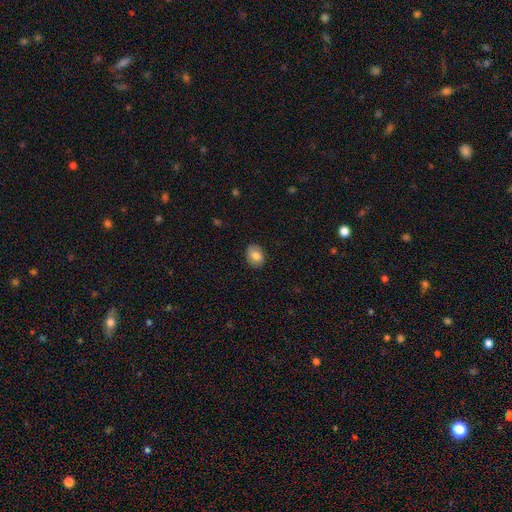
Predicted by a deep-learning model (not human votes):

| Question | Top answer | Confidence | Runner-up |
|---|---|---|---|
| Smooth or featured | smooth | 80% | featured or disk (12%) |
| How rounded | in between | 66% | round (33%) |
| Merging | none | 86% | minor disturbance (11%) |